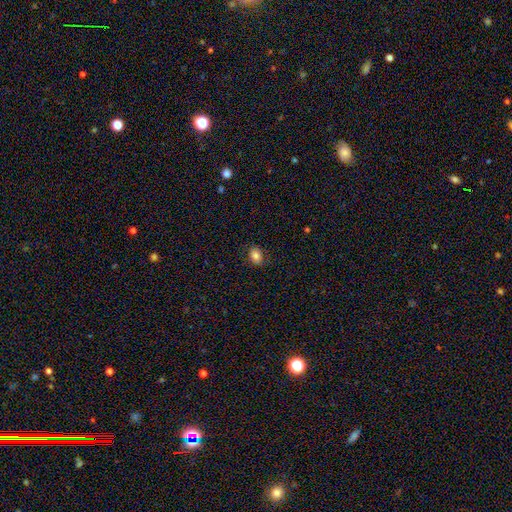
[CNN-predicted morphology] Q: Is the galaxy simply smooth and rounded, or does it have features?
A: smooth — 82%.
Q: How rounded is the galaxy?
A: in between — 62%.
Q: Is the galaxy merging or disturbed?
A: none — 84%.